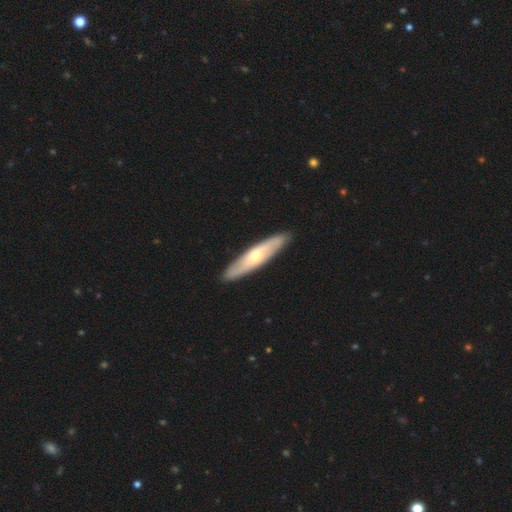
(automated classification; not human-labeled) Smooth or featured: featured or disk — 56% (smooth — 40%)
Edge-on disk: yes — 57% (no — 43%)
Merging: none — 91% (minor disturbance — 7%)